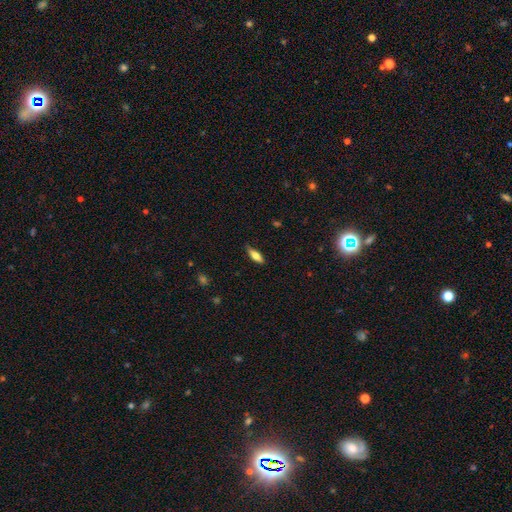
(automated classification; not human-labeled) smooth-or-featured: smooth: 66% | featured or disk: 26% | star or artifact: 7%
  how-rounded: in between: 59% | cigar-shaped: 38% | round: 2%
  merging: none: 81% | minor disturbance: 15% | major disturbance: 3% | merger: 1%